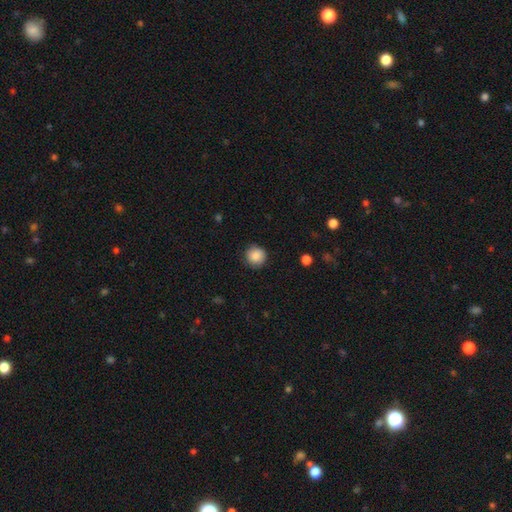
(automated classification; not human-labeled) This is clearly a smooth galaxy (88%). How rounded: clearly round (94%). Merging: clearly none (87%).